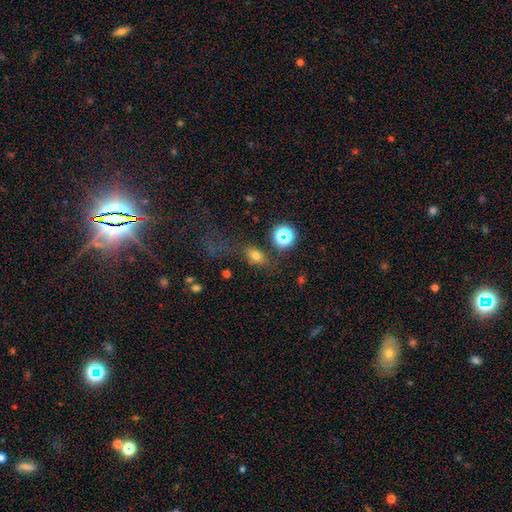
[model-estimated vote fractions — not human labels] smooth 68%, star or artifact 20%, featured or disk 12%. Down the decision tree: how rounded — in between (75%); merging — none (64%).